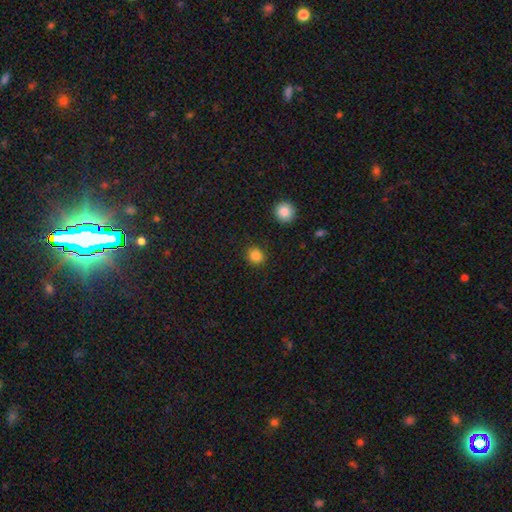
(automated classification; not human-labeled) Smooth or featured? smooth (84%)
How rounded? round (88%)
Merging? none (90%)